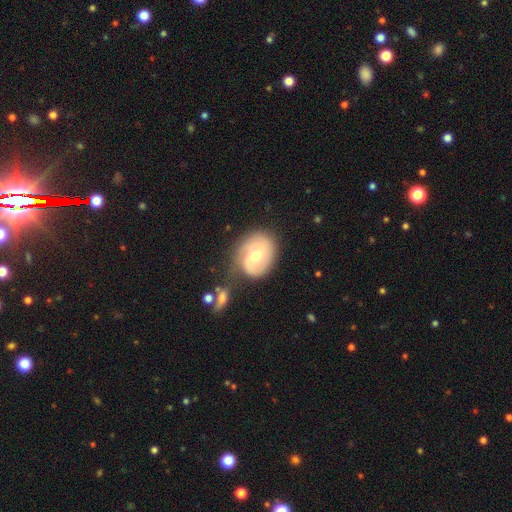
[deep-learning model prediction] A featured or disk galaxy (70%) with no bar (57%), 2 (61%) tight (46%) spiral arms (91%) and a moderate central bulge (60%).

Vote fractions:
- Smooth or featured? featured or disk: 70% / smooth: 24% / star or artifact: 6%
- Edge-on disk? no: 97% / yes: 3%
- Bar? no: 57% / weak: 37% / strong: 6%
- Spiral arms? yes: 91% / no: 9%
- Spiral winding? tight: 46% / medium: 39% / loose: 15%
- Spiral arm count? 2: 61% / can't tell: 16% / 1: 11% / 3: 7% / 4: 2% / more than 4: 2%
- Bulge size? moderate: 60% / small: 34% / large: 4% / none: 1% / dominant: 1%
- Merging? none: 62% / minor disturbance: 21% / major disturbance: 9% / merger: 8%